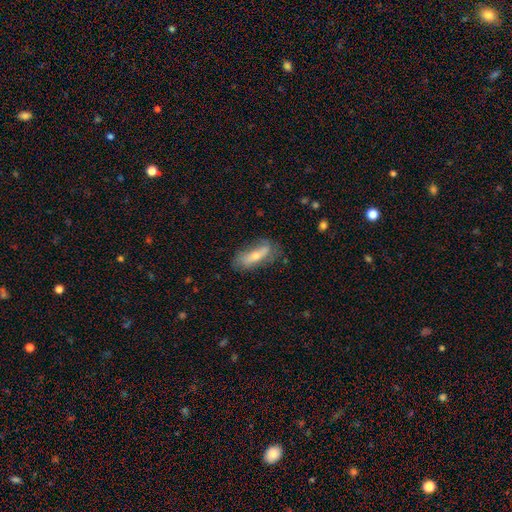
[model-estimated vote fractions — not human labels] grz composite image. It shows a smooth galaxy with no disk features (48%). Merging: none (67%).